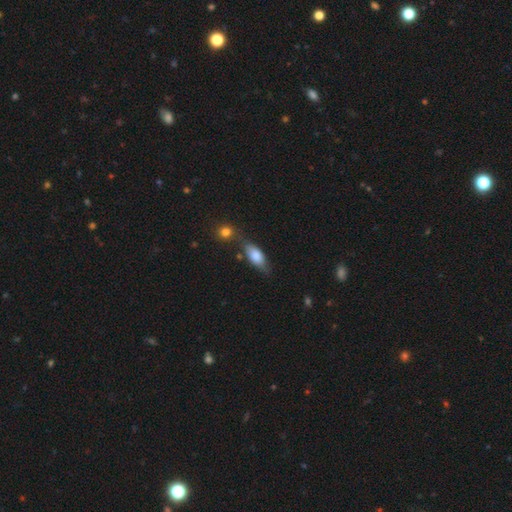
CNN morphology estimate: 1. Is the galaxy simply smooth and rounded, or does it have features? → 75% smooth, 18% featured or disk, 7% star or artifact.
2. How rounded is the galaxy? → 78% in between, 19% cigar-shaped, 3% round.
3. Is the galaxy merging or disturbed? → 60% none, 20% minor disturbance, 14% merger, 6% major disturbance.